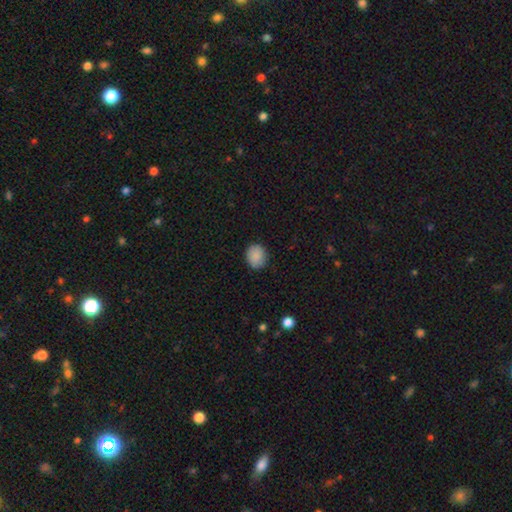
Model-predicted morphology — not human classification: type=smooth (89%); roundness=round (63%); merging=none (86%).